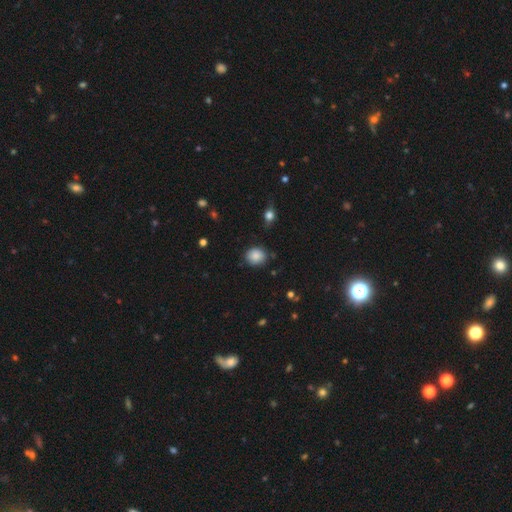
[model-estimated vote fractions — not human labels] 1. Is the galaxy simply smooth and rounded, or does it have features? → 86% smooth, 9% star or artifact, 5% featured or disk.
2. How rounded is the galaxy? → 72% round, 27% in between, 1% cigar-shaped.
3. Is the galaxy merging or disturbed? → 81% none, 14% minor disturbance, 3% major disturbance, 2% merger.